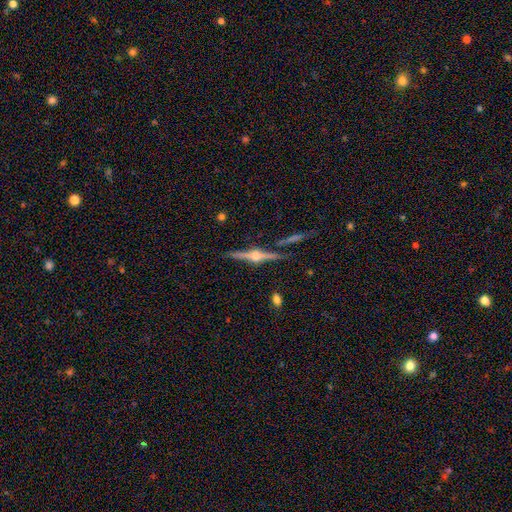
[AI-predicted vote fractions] This is clearly a featured or disk galaxy (85%). It is clearly viewed edge-on (98%). Edge-on bulge: clearly rounded (94%). Merging: clearly none (85%).